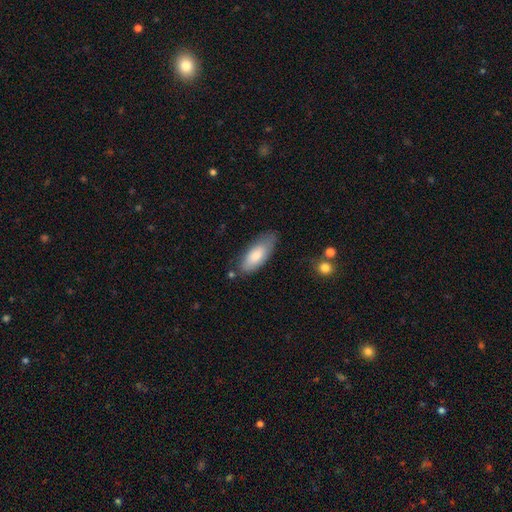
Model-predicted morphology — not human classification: Smooth or featured? smooth (79%)
How rounded? in between (76%)
Merging? none (70%)